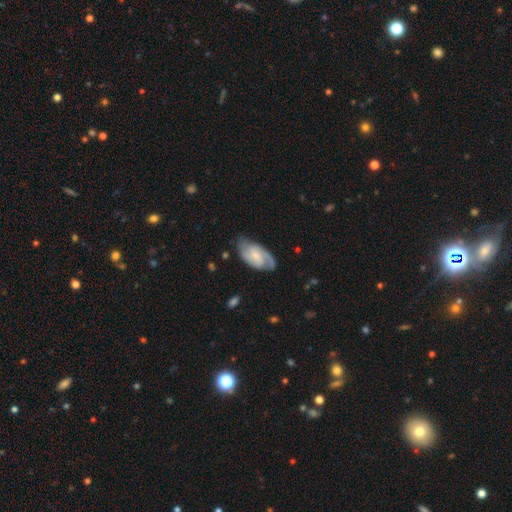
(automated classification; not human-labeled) A featured or disk galaxy (77%) with a weak bar (45%), 2 (78%) medium (48%) spiral arms (96%) and a small central bulge (53%).

Vote fractions:
- Smooth or featured? featured or disk: 77% / smooth: 18% / star or artifact: 5%
- Edge-on disk? no: 96% / yes: 4%
- Bar? weak: 45% / no: 44% / strong: 11%
- Spiral arms? yes: 96% / no: 4%
- Spiral winding? medium: 48% / tight: 34% / loose: 17%
- Spiral arm count? 2: 78% / can't tell: 9% / 3: 6% / 1: 4% / 4: 1% / more than 4: 1%
- Bulge size? small: 53% / moderate: 27% / none: 15% / large: 3% / dominant: 1%
- Merging? none: 73% / minor disturbance: 20% / major disturbance: 6% / merger: 1%